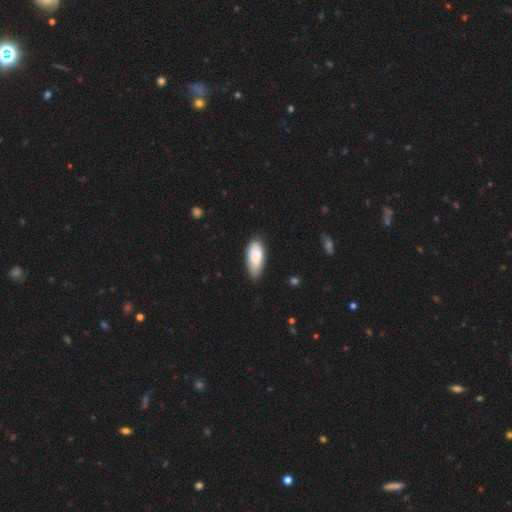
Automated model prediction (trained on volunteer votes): Smooth or featured: smooth — 83% (featured or disk — 11%)
How rounded: in between — 86% (cigar-shaped — 12%)
Merging: none — 63% (minor disturbance — 30%)